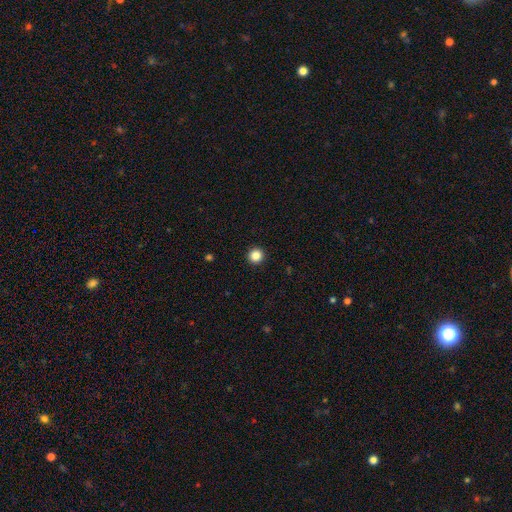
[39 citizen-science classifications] smooth_or_featured: smooth (p=0.87) [alt: star or artifact p=0.10]
how_rounded: round (p=1.00)
merging: none (p=0.97) [alt: merger p=0.03]